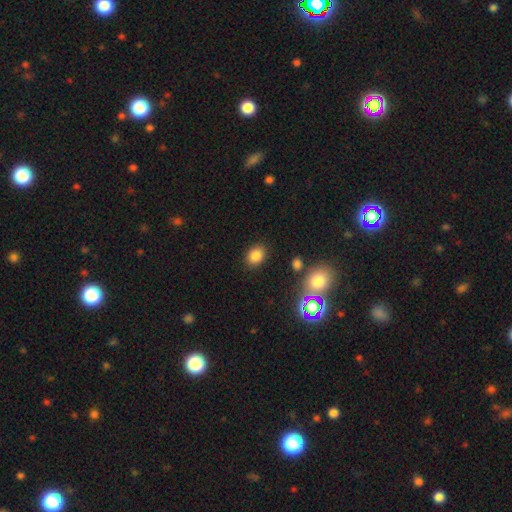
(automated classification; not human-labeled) The model was most divided on "how rounded": in between: 60%, round: 39%, cigar-shaped: 1%. More confident: merging — none (85%); smooth or featured — smooth (82%).